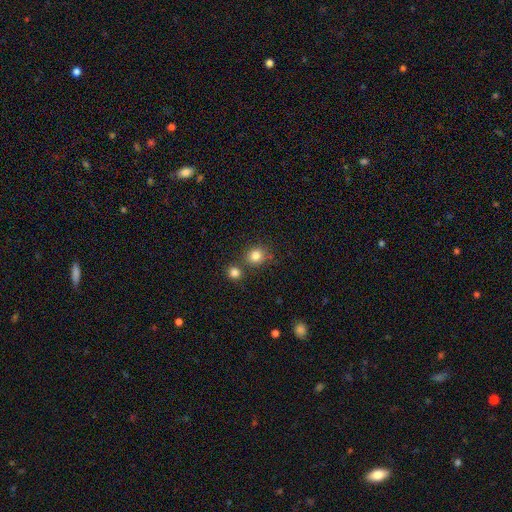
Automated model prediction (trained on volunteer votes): Smooth or featured? Predicted: smooth (p=0.82). How rounded? Predicted: round (p=0.83). Merging? Predicted: none (p=0.68).